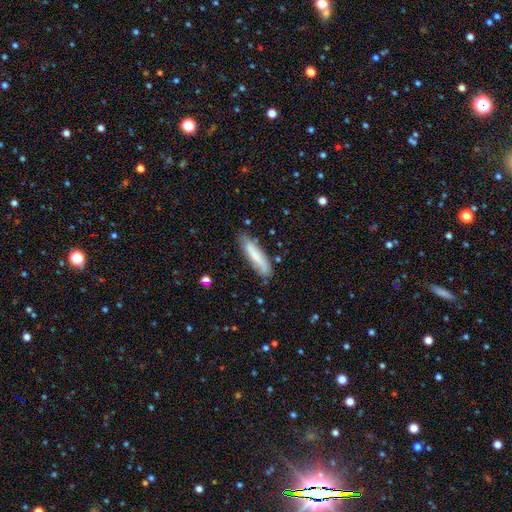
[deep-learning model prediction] Morphology: type=smooth (67%); roundness=cigar-shaped (77%); merging=none (76%).